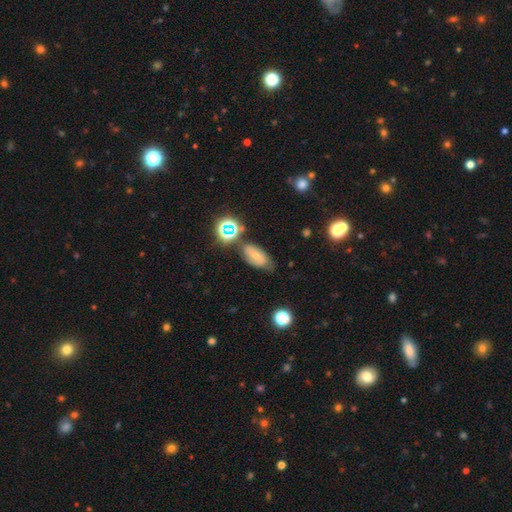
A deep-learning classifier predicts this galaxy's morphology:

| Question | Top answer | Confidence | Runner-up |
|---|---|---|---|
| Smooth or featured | smooth | 54% | featured or disk (28%) |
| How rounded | in between | 87% | round (10%) |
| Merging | none | 60% | minor disturbance (25%) |